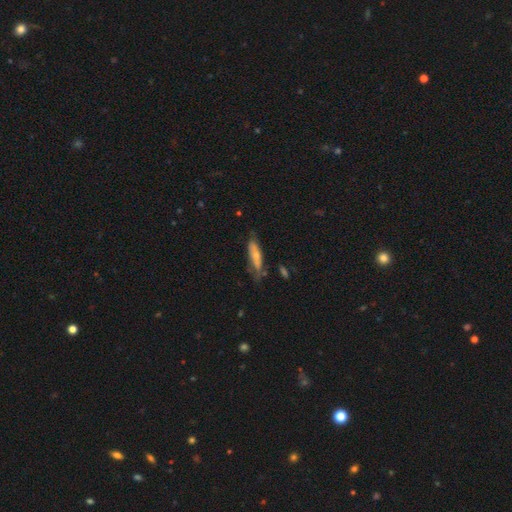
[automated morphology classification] smooth_or_featured: smooth (p=0.55) [alt: featured or disk p=0.39]
how_rounded: cigar-shaped (p=0.51) [alt: in between p=0.47]
merging: none (p=0.51) [alt: minor disturbance p=0.31]